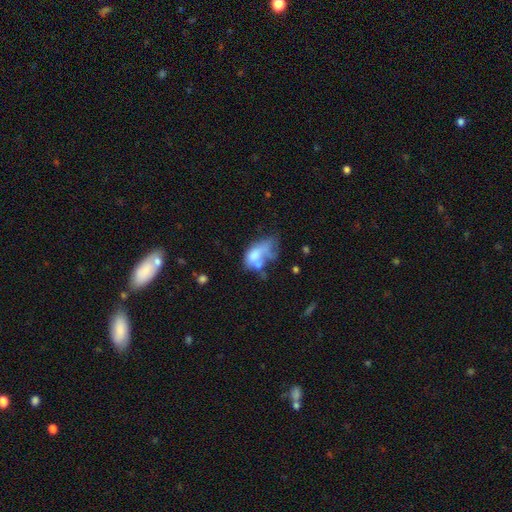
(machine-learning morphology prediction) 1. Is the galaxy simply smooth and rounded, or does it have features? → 57% smooth, 32% featured or disk, 11% star or artifact.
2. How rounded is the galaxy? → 87% in between, 9% round, 4% cigar-shaped.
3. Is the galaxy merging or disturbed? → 37% major disturbance, 27% merger, 19% minor disturbance, 17% none.